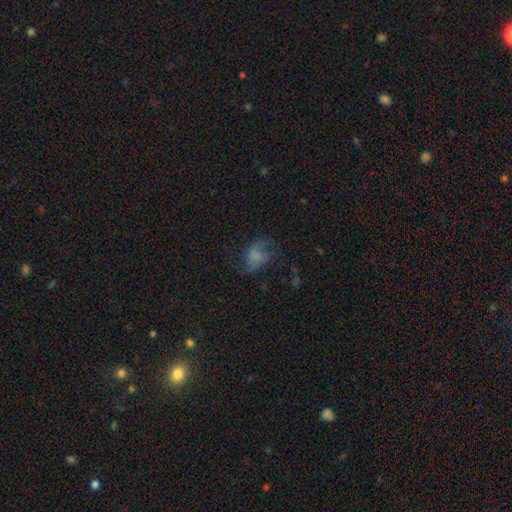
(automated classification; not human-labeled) Smooth or featured?
  - smooth: 43% *
  - featured or disk: 42%
  - star or artifact: 14%
Merging?
  - none: 45% *
  - major disturbance: 30%
  - minor disturbance: 23%
  - merger: 2%